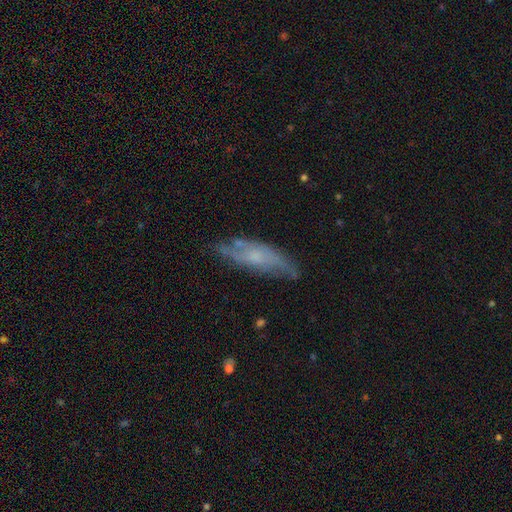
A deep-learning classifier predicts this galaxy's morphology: featured or disk 58%, smooth 34%, star or artifact 8%. Down the decision tree: edge-on disk — no (66%); merging — none (67%).